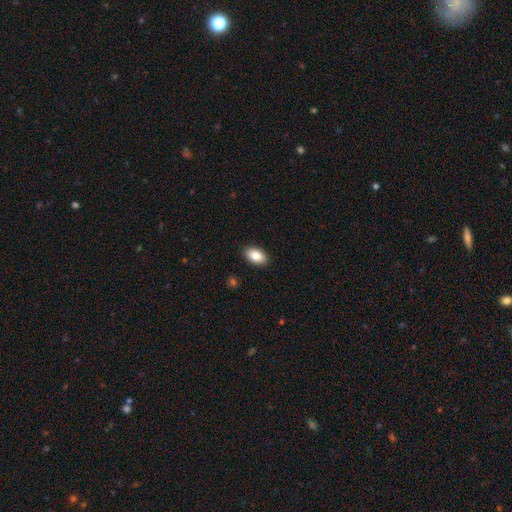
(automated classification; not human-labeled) A smooth galaxy with no disk features (85%) that is in between round and cigar-shaped (92%).

Vote fractions:
- Smooth or featured? smooth: 85% / featured or disk: 8% / star or artifact: 7%
- How rounded? in between: 92% / round: 6% / cigar-shaped: 2%
- Merging? none: 90% / minor disturbance: 7% / major disturbance: 2% / merger: 1%